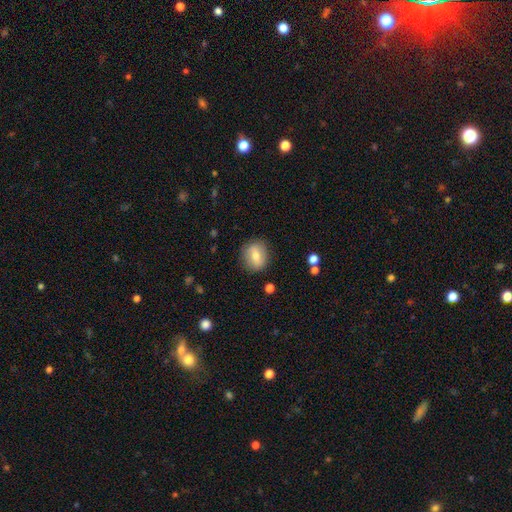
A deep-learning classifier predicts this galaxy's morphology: This appears to be a smooth galaxy with no disk features (71%) that is round (65%). Merging: none (86%).